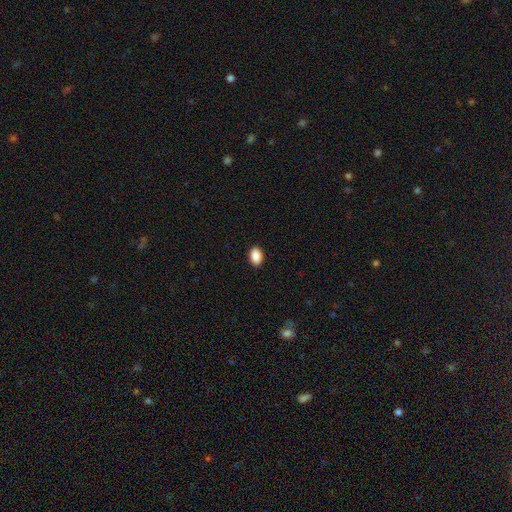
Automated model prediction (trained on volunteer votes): Q: Smooth or featured?
A: smooth (90%); runner-up: star or artifact (7%)
Q: How rounded?
A: in between (87%); runner-up: round (12%)
Q: Merging?
A: none (90%); runner-up: minor disturbance (7%)